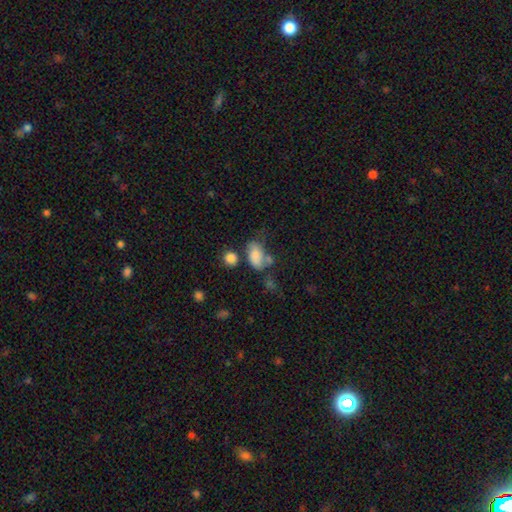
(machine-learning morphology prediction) type=smooth (68%); roundness=in between (85%); merging=none (30%).